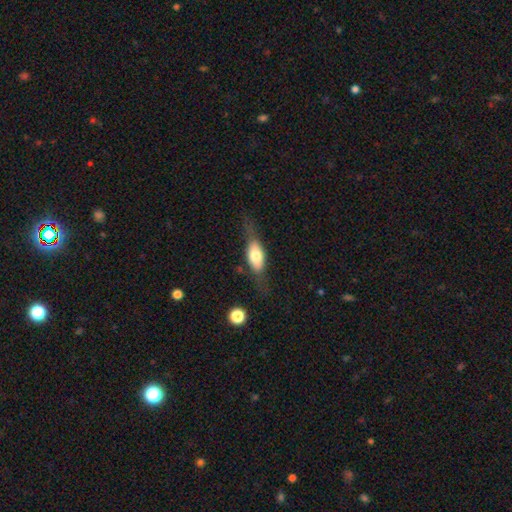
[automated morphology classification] A smooth galaxy with no disk features (53%) that is in between round and cigar-shaped (70%). Merging: none (64%).